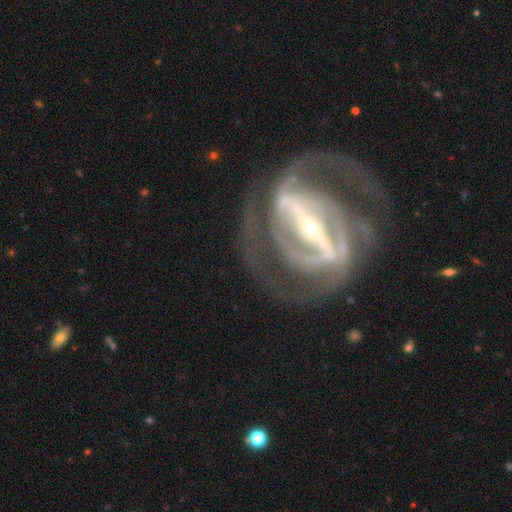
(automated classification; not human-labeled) The model was most divided on "spiral winding": tight: 47%, medium: 41%, loose: 13%. More confident: edge-on disk — no (95%); spiral arms — yes (93%); smooth or featured — featured or disk (92%); bar — strong (85%); bulge size — small (80%); merging — none (65%); spiral arm count — 2 (57%).